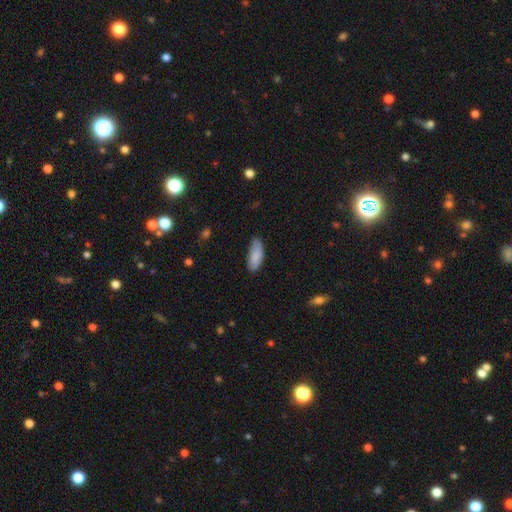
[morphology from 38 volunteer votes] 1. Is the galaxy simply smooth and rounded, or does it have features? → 87% smooth, 8% star or artifact, 5% featured or disk.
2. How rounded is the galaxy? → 76% in between, 24% cigar-shaped, 0% round.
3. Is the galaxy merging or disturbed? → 57% none, 43% minor disturbance, 0% major disturbance, 0% merger.